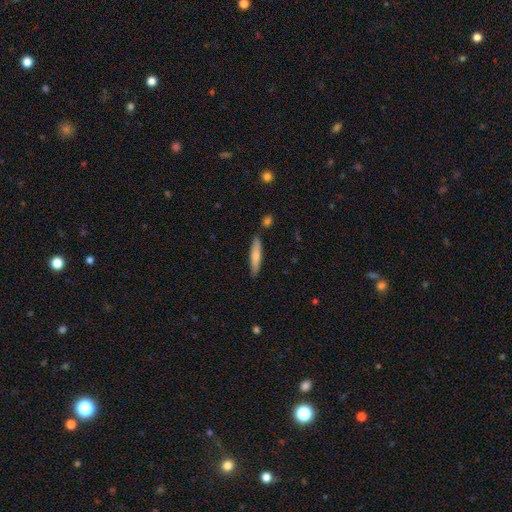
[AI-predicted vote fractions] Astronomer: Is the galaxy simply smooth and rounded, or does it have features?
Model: smooth — 69%.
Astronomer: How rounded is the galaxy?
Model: cigar-shaped — 88%.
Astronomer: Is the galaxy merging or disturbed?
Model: none — 84%.